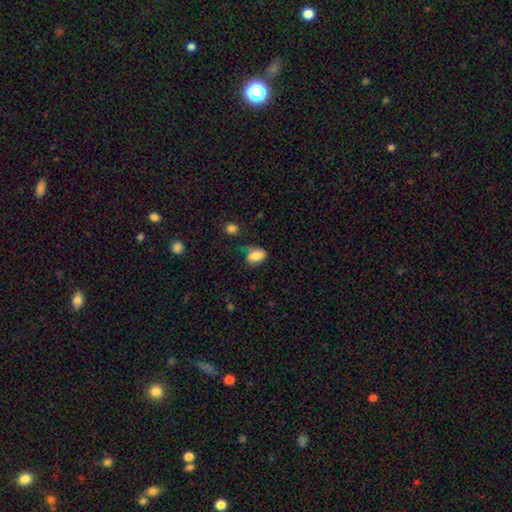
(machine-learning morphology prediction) This is likely a smooth galaxy (77%). How rounded: clearly in between (82%). Merging: marginally none (45%).